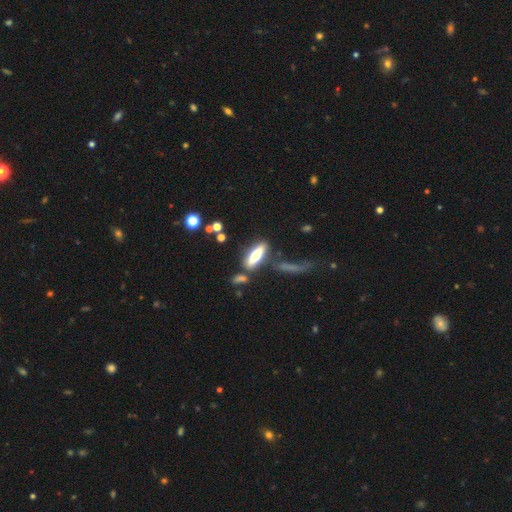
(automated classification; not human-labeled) A smooth galaxy with no disk features (56%) that is cigar-shaped (59%).

Vote fractions:
- Smooth or featured? smooth: 56% / featured or disk: 36% / star or artifact: 8%
- How rounded? cigar-shaped: 59% / in between: 38% / round: 3%
- Merging? none: 60% / minor disturbance: 17% / merger: 14% / major disturbance: 10%